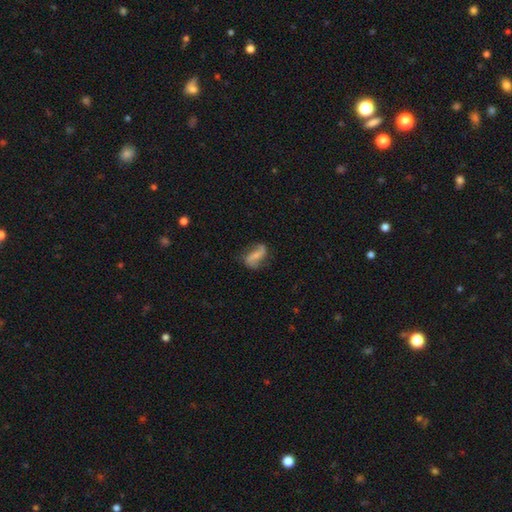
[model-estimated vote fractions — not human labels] Morphology: type=featured or disk (74%); edge-on=no (96%); bar=weak (36%); spiral arms=yes (93%); winding=loose (74%); arm count=2 (91%); bulge=small (46%); merging=none (71%).